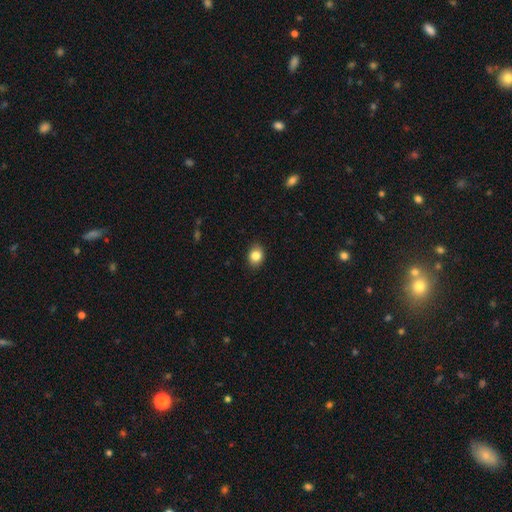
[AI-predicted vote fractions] smooth-or-featured: smooth: 84% | star or artifact: 9% | featured or disk: 6%
  how-rounded: in between: 55% | round: 44% | cigar-shaped: 1%
  merging: none: 88% | minor disturbance: 9% | major disturbance: 2% | merger: 1%